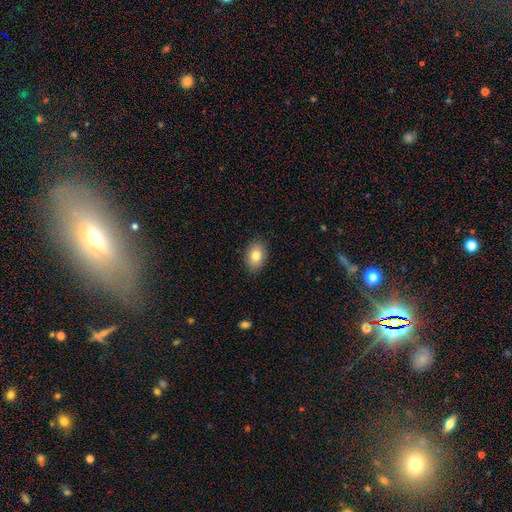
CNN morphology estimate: Smooth or featured? Predicted: smooth (p=0.82). How rounded? Predicted: in between (p=0.81). Merging? Predicted: none (p=0.88).